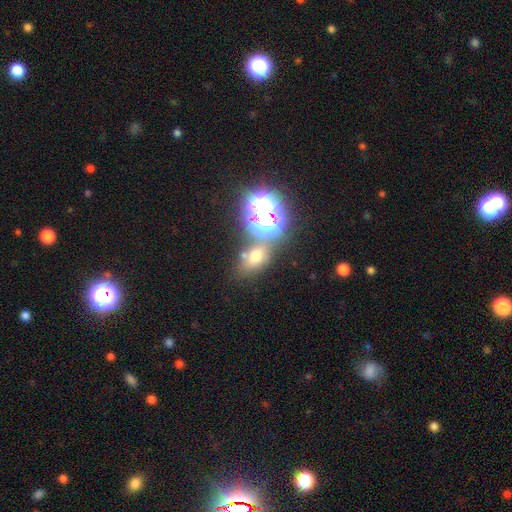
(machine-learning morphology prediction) smooth_or_featured: smooth (p=0.51) [alt: star or artifact p=0.28]
how_rounded: in between (p=0.64) [alt: round p=0.34]
merging: none (p=0.42) [alt: merger p=0.35]